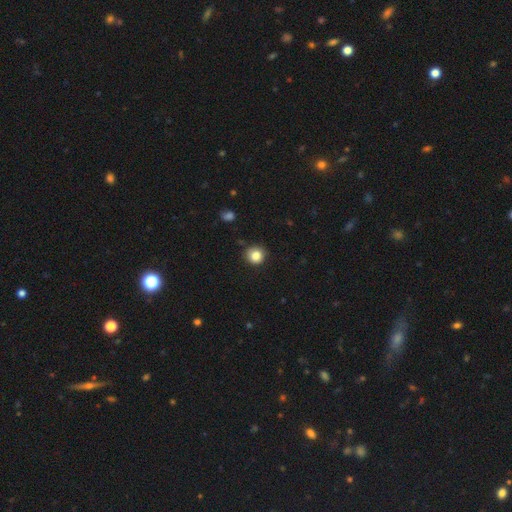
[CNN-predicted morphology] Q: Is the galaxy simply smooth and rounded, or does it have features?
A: smooth — 84%.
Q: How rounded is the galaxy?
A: round — 91%.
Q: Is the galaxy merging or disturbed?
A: none — 82%.